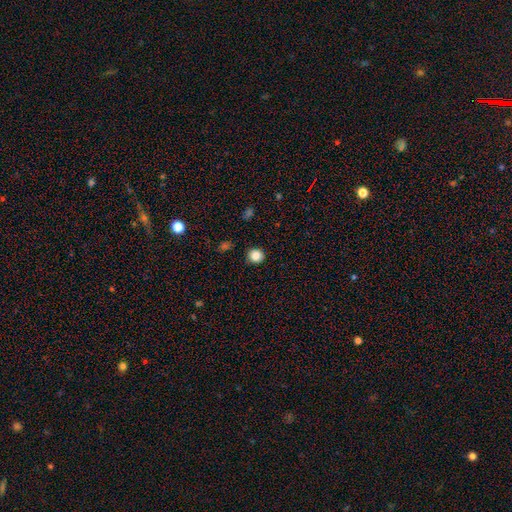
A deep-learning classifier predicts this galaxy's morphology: Smooth or featured?
  - smooth: 86% *
  - star or artifact: 11%
  - featured or disk: 4%
How rounded?
  - round: 90% *
  - in between: 9%
  - cigar-shaped: 1%
Merging?
  - none: 90% *
  - minor disturbance: 6%
  - major disturbance: 2%
  - merger: 1%